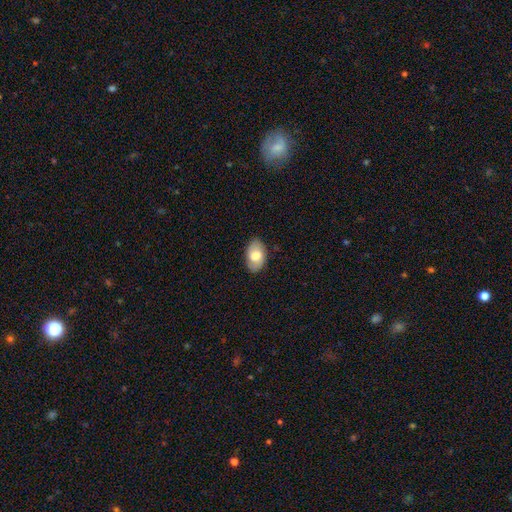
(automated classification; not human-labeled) smooth-or-featured: smooth: 70% | featured or disk: 23% | star or artifact: 7%
  how-rounded: in between: 92% | round: 7% | cigar-shaped: 1%
  merging: none: 83% | minor disturbance: 13% | major disturbance: 3% | merger: 1%